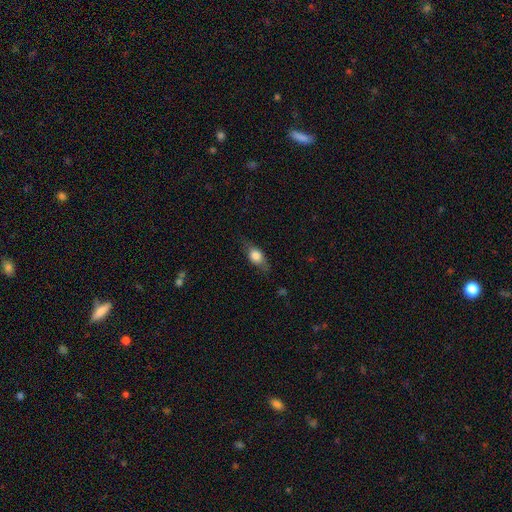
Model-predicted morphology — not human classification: The model was most divided on "smooth or featured": smooth: 67%, featured or disk: 25%, star or artifact: 8%. More confident: how rounded — in between (72%); merging — none (70%).